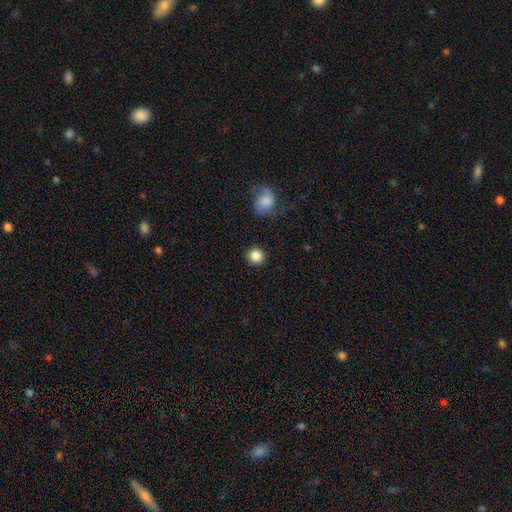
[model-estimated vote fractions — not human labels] Smooth or featured? smooth (87%)
How rounded? round (92%)
Merging? none (90%)